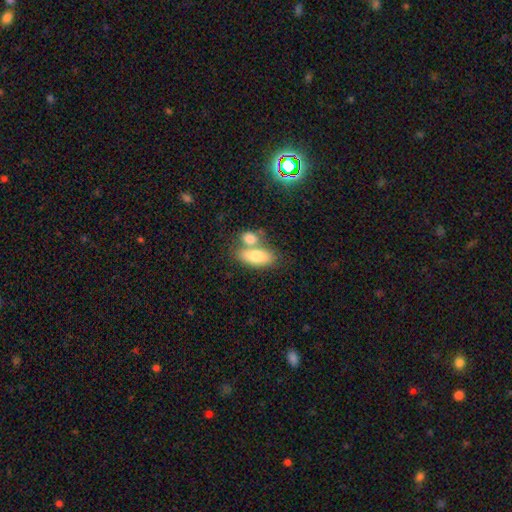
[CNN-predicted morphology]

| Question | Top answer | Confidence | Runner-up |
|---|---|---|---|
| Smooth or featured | smooth | 76% | featured or disk (16%) |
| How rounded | in between | 81% | cigar-shaped (13%) |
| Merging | none | 46% | merger (40%) |